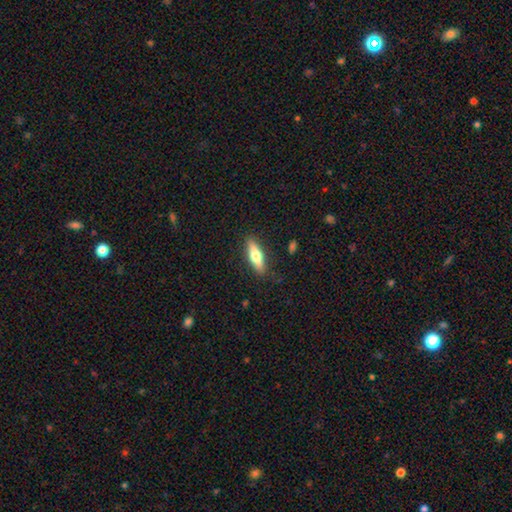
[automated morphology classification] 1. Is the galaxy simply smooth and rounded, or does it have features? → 59% smooth, 35% featured or disk, 6% star or artifact.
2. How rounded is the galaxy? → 56% cigar-shaped, 41% in between, 2% round.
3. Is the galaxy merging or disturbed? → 87% none, 10% minor disturbance, 2% major disturbance, 1% merger.